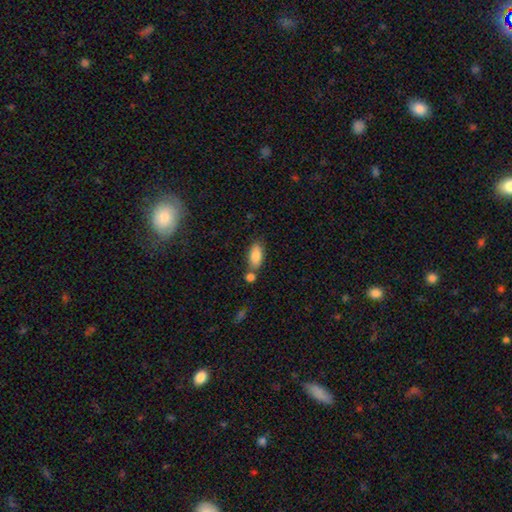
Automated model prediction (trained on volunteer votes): The model was most divided on "merging": none: 61%, merger: 22%, minor disturbance: 13%, major disturbance: 4%. More confident: how rounded — in between (88%); smooth or featured — smooth (86%).